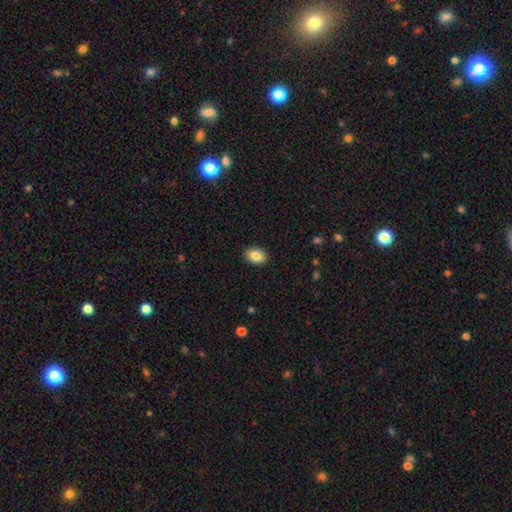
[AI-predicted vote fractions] Smooth or featured?
  - smooth: 85% *
  - star or artifact: 8%
  - featured or disk: 7%
How rounded?
  - in between: 78% *
  - round: 21%
  - cigar-shaped: 1%
Merging?
  - none: 90% *
  - minor disturbance: 7%
  - major disturbance: 2%
  - merger: 1%